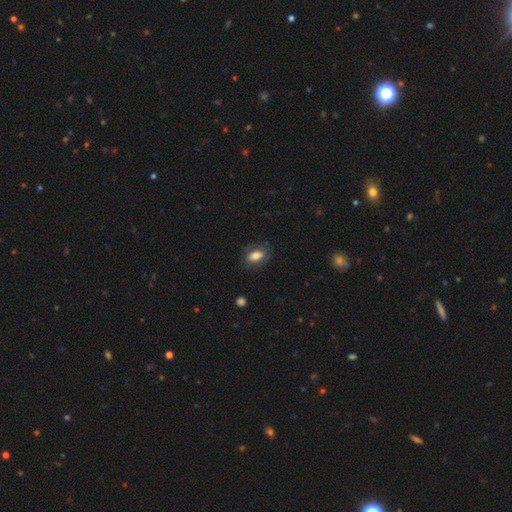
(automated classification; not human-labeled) This is likely a smooth galaxy (78%). How rounded: clearly in between (88%). Merging: likely none (78%).